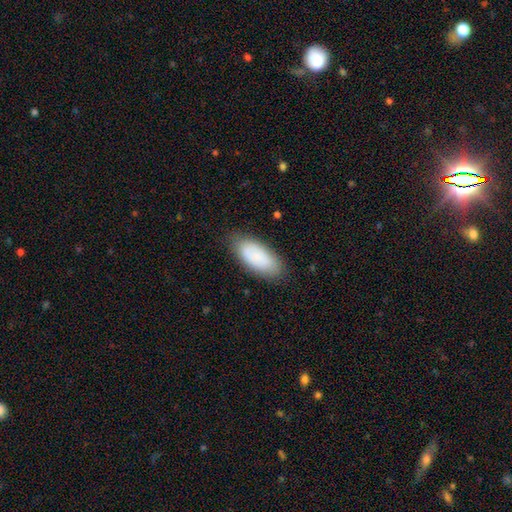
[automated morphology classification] smooth_or_featured: smooth (p=0.85) [alt: featured or disk p=0.08]
how_rounded: in between (p=0.87) [alt: cigar-shaped p=0.11]
merging: none (p=0.82) [alt: minor disturbance p=0.13]